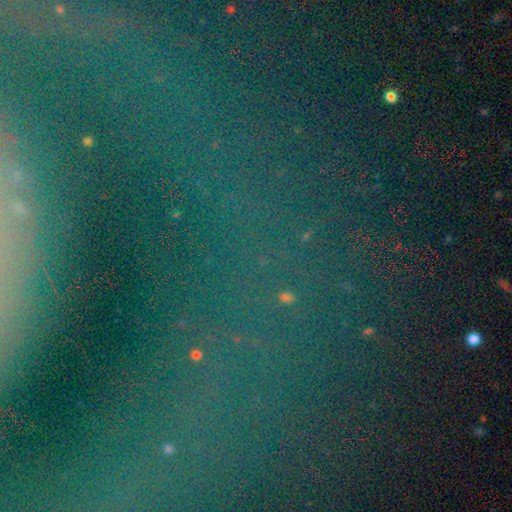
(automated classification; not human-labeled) Morphology: type=star or artifact (70%).